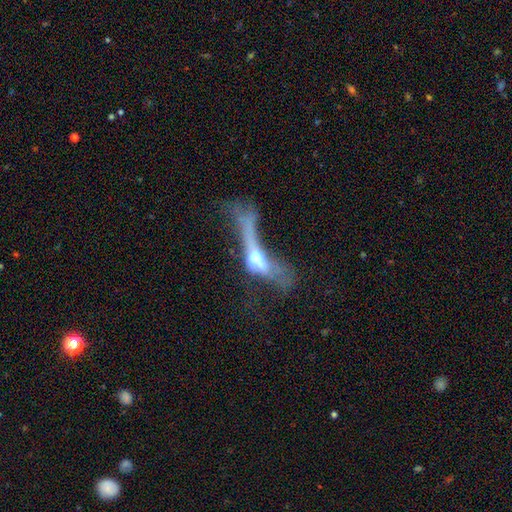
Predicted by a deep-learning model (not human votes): A featured or disk galaxy (52%).

Vote fractions:
- Smooth or featured? featured or disk: 52% / smooth: 36% / star or artifact: 12%
- Edge-on disk? no: 59% / yes: 41%
- Merging? major disturbance: 61% / merger: 15% / none: 13% / minor disturbance: 11%